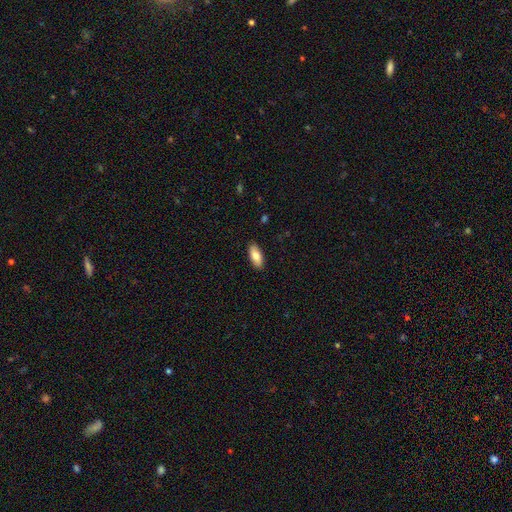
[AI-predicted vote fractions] The model was most divided on "smooth or featured": smooth: 81%, featured or disk: 13%, star or artifact: 6%. More confident: merging — none (89%); how rounded — in between (84%).